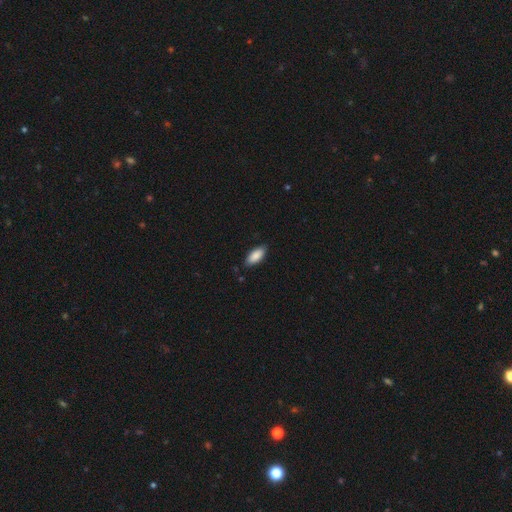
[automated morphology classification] smooth 88%, featured or disk 6%, star or artifact 6%. Down the decision tree: how rounded — in between (85%); merging — none (83%).